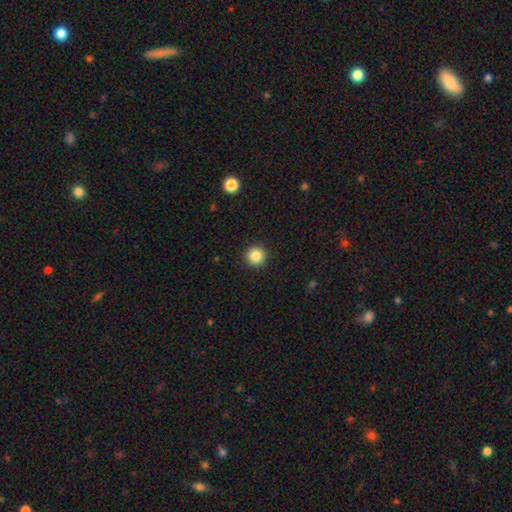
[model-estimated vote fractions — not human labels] smooth-or-featured: smooth: 85% | star or artifact: 10% | featured or disk: 4%
  how-rounded: round: 96% | in between: 3% | cigar-shaped: 1%
  merging: none: 93% | minor disturbance: 4% | major disturbance: 2% | merger: 1%